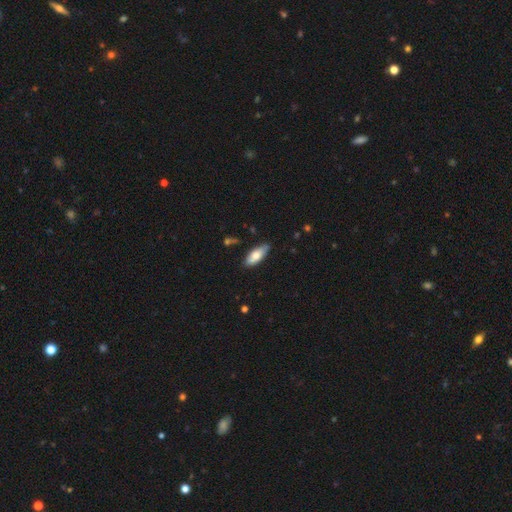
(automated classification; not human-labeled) Q: Smooth or featured?
A: smooth (72%); runner-up: featured or disk (22%)
Q: How rounded?
A: in between (81%); runner-up: cigar-shaped (17%)
Q: Merging?
A: none (82%); runner-up: minor disturbance (14%)